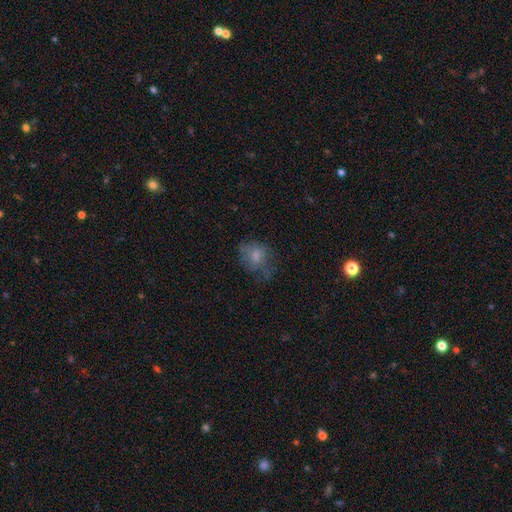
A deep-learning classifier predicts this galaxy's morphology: Overall: smooth (64%). How rounded: round (53%; in between 46%). Merging: none (45%; minor disturbance 27%).